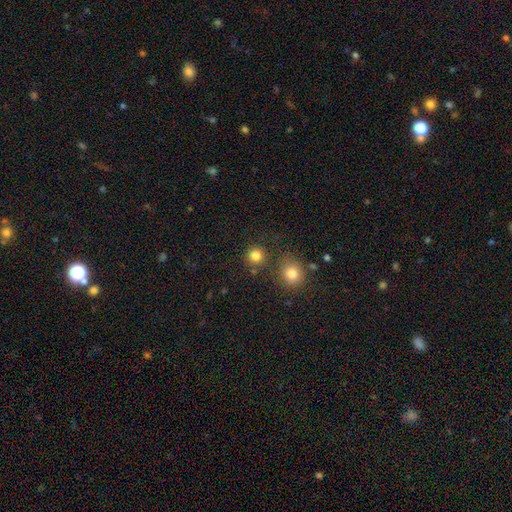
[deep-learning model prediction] This is clearly a smooth galaxy (82%). How rounded: clearly round (93%). Merging: clearly none (81%).